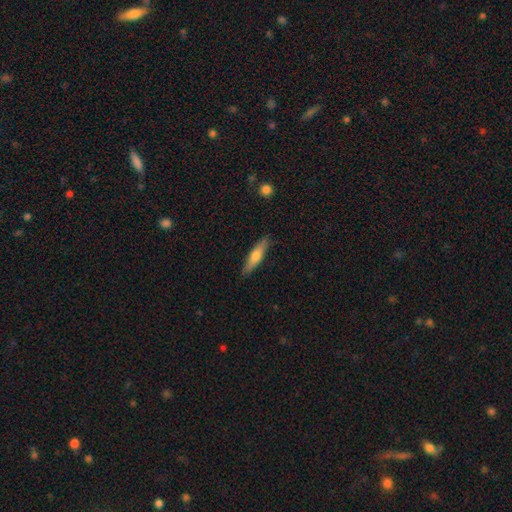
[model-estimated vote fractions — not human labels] smooth_or_featured: smooth (p=0.59) [alt: featured or disk p=0.35]
how_rounded: cigar-shaped (p=0.77) [alt: in between p=0.21]
merging: none (p=0.88) [alt: minor disturbance p=0.09]